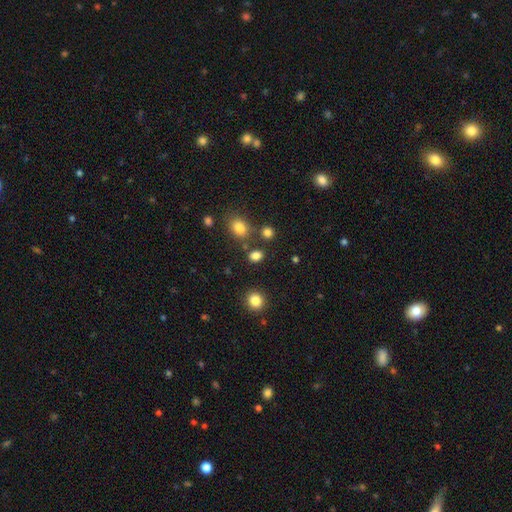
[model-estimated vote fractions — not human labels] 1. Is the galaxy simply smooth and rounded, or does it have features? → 82% smooth, 13% star or artifact, 5% featured or disk.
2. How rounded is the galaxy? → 57% in between, 42% round, 1% cigar-shaped.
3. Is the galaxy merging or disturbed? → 77% none, 10% minor disturbance, 9% merger, 4% major disturbance.